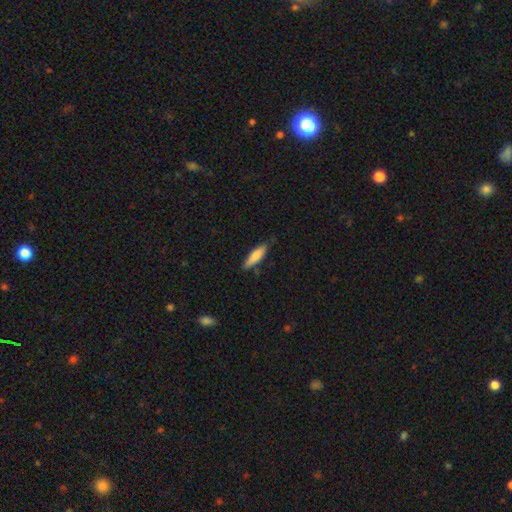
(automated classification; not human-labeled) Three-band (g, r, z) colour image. It shows a smooth galaxy with no disk features (80%) that is cigar-shaped (63%). Merging: none (78%).